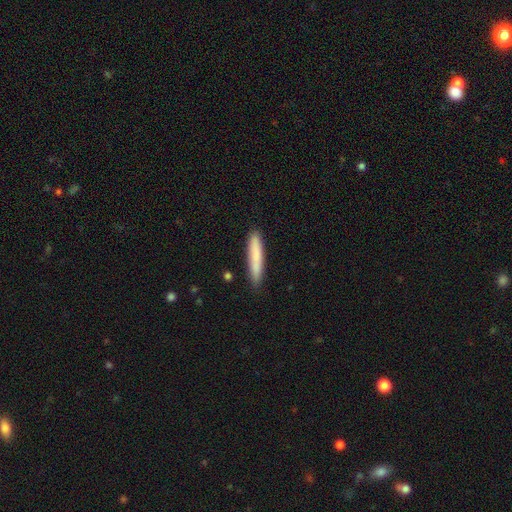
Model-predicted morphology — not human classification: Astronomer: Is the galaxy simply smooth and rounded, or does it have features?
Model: smooth — 80%.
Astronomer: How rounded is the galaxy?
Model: cigar-shaped — 92%.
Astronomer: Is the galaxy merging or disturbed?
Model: none — 88%.